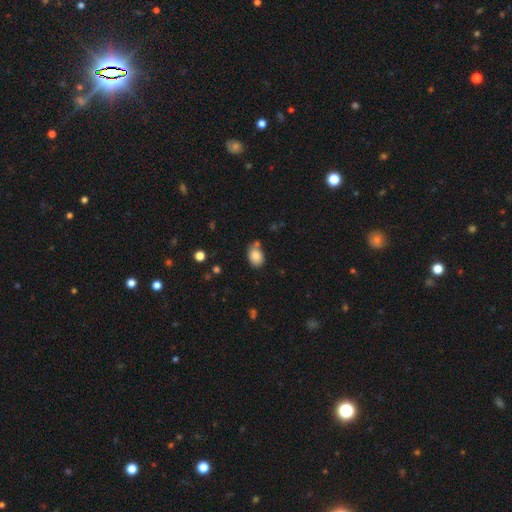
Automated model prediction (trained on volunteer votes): Smooth or featured?
  - smooth: 84% *
  - star or artifact: 9%
  - featured or disk: 7%
How rounded?
  - in between: 69% *
  - round: 30%
  - cigar-shaped: 1%
Merging?
  - none: 61% *
  - minor disturbance: 20%
  - merger: 14%
  - major disturbance: 5%